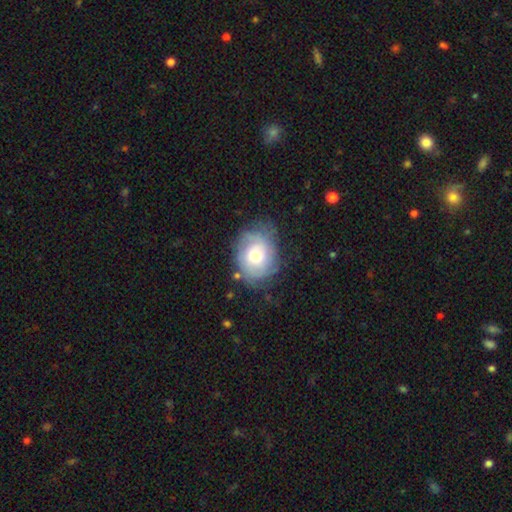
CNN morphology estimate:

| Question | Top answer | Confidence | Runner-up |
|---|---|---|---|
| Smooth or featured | featured or disk | 47% | smooth (44%) |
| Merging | none | 64% | minor disturbance (23%) |